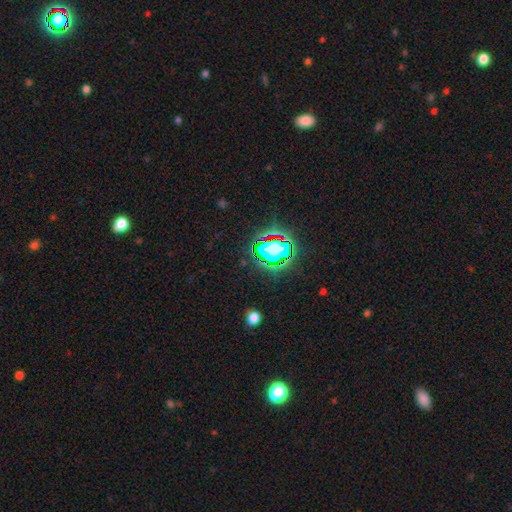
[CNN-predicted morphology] Smooth or featured? star or artifact (82%)